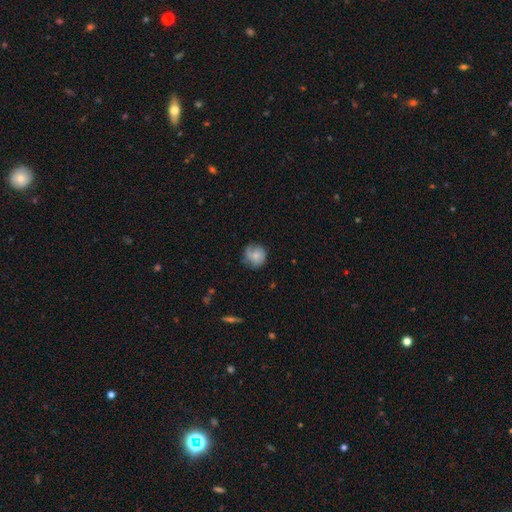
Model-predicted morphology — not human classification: Smooth or featured?
  - smooth: 58% *
  - featured or disk: 34%
  - star or artifact: 8%
How rounded?
  - round: 83% *
  - in between: 16%
  - cigar-shaped: 1%
Merging?
  - none: 62% *
  - minor disturbance: 26%
  - major disturbance: 10%
  - merger: 2%